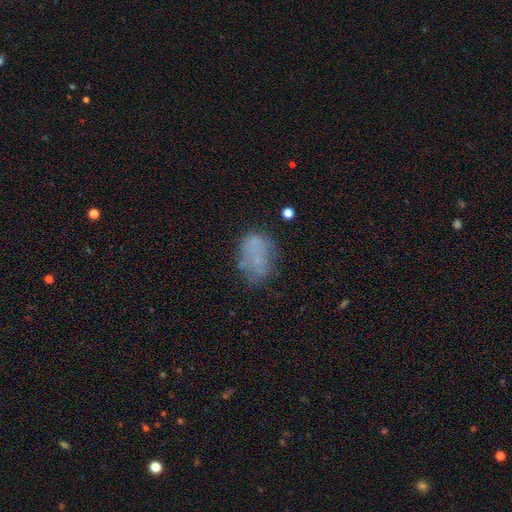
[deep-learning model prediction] Smooth or featured? Predicted: smooth (p=0.57). How rounded? Predicted: in between (p=0.80). Merging? Predicted: none (p=0.50).